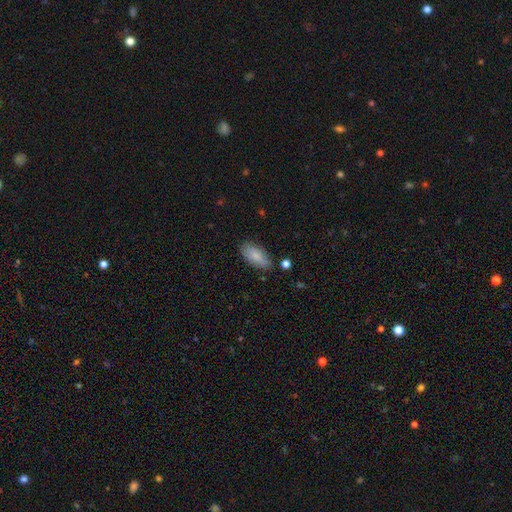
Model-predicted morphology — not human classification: A smooth galaxy with no disk features (85%) that is in between round and cigar-shaped (87%).

Vote fractions:
- Smooth or featured? smooth: 85% / featured or disk: 9% / star or artifact: 6%
- How rounded? in between: 87% / cigar-shaped: 10% / round: 2%
- Merging? none: 79% / minor disturbance: 15% / major disturbance: 3% / merger: 2%